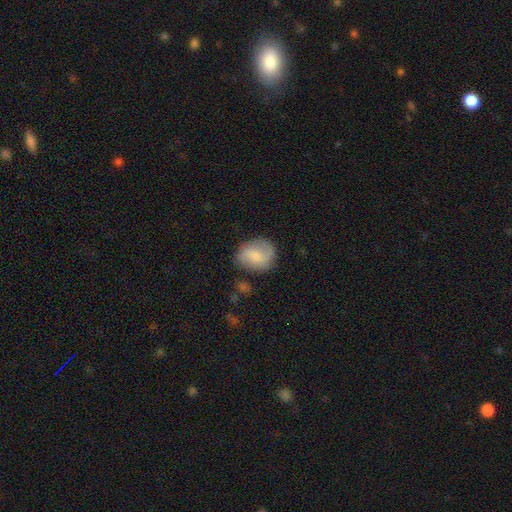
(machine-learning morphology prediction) smooth 65%, featured or disk 27%, star or artifact 8%. Down the decision tree: how rounded — round (58%); merging — none (66%).